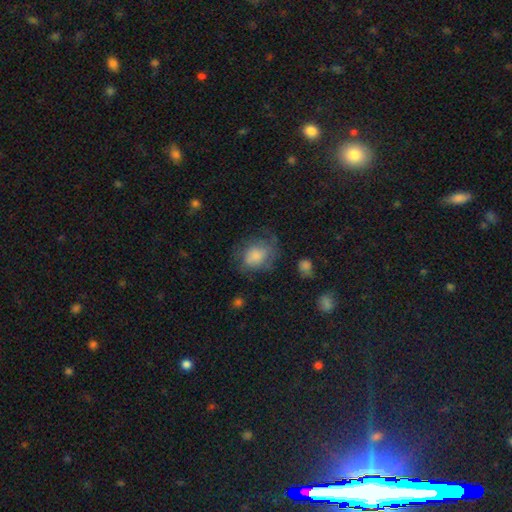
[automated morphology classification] Smooth or featured: smooth — 72% (featured or disk — 20%)
How rounded: in between — 51% (round — 48%)
Merging: none — 48% (minor disturbance — 28%)